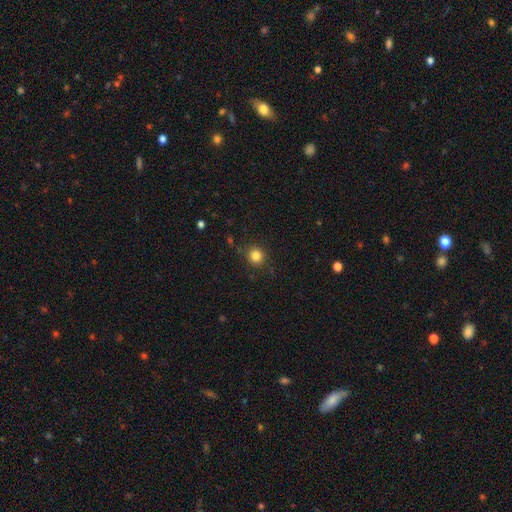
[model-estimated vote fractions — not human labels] smooth-or-featured: smooth: 83% | star or artifact: 12% | featured or disk: 5%
  how-rounded: round: 87% | in between: 12% | cigar-shaped: 1%
  merging: none: 87% | minor disturbance: 9% | major disturbance: 3% | merger: 2%